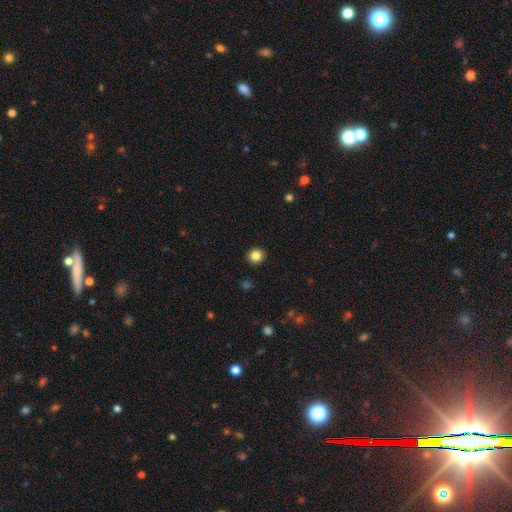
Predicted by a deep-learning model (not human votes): This appears to be a smooth galaxy with no disk features (84%) that is round (90%). Merging: none (93%).